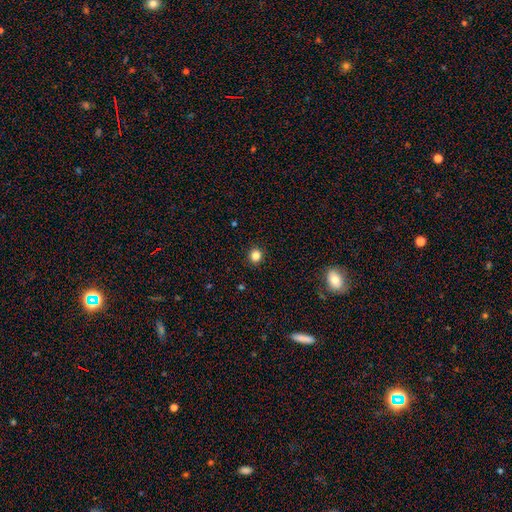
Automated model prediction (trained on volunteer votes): The model was most divided on "smooth or featured": smooth: 84%, star or artifact: 12%, featured or disk: 4%. More confident: merging — none (92%); how rounded — round (88%).